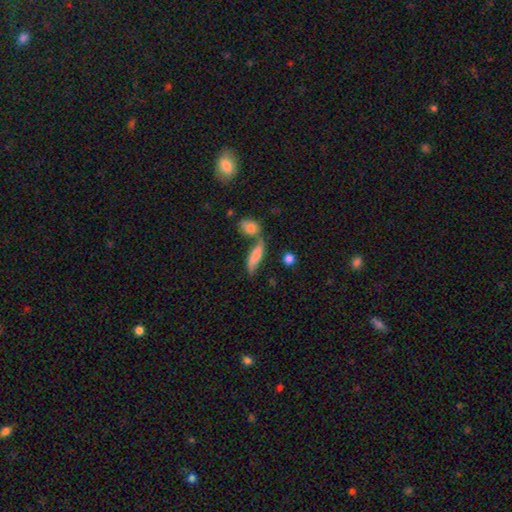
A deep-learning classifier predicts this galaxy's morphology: This appears to be a smooth galaxy with no disk features (65%) that is cigar-shaped (52%). Merging: none (43%).